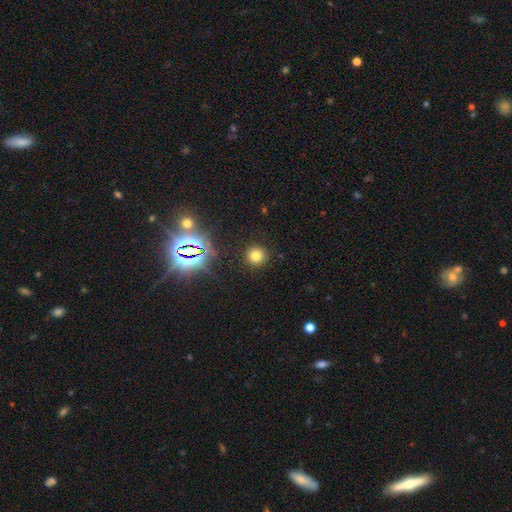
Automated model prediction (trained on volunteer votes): Smooth or featured?
  - smooth: 73% *
  - star or artifact: 20%
  - featured or disk: 7%
How rounded?
  - round: 93% *
  - in between: 6%
  - cigar-shaped: 1%
Merging?
  - none: 91% *
  - minor disturbance: 6%
  - major disturbance: 2%
  - merger: 2%